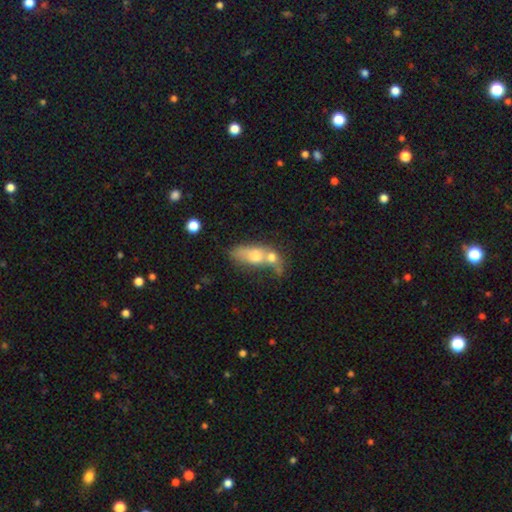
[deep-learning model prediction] Overall: smooth (60%; featured or disk 31%). How rounded: in between (67%). Merging: merger (62%).